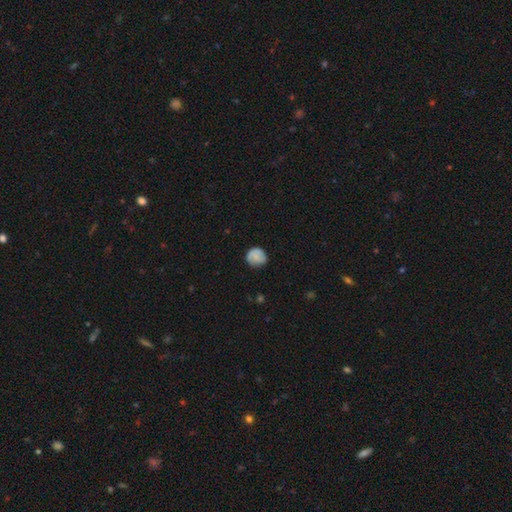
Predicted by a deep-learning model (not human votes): The model was most divided on "smooth or featured": smooth: 64%, featured or disk: 28%, star or artifact: 8%. More confident: how rounded — round (81%); merging — none (73%).